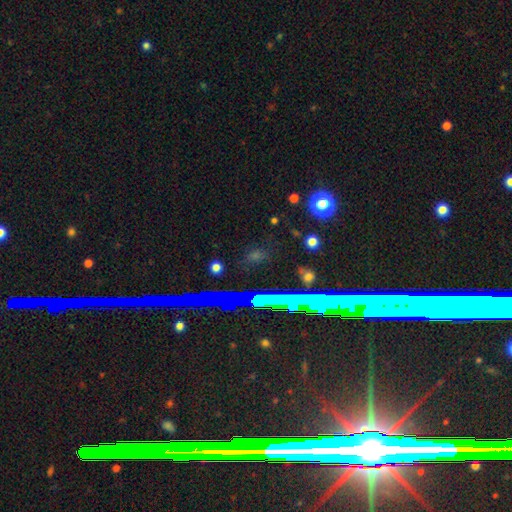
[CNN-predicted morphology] type=star or artifact (57%).